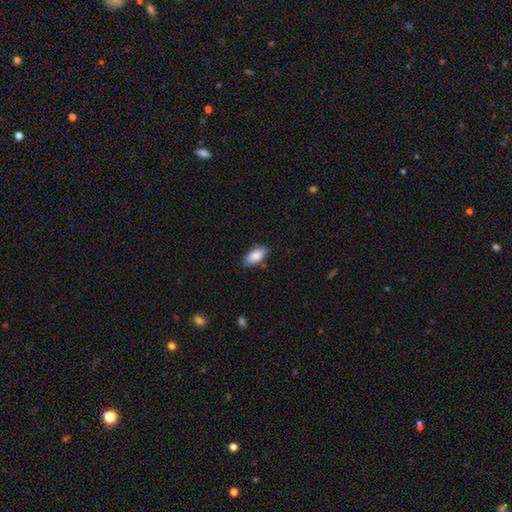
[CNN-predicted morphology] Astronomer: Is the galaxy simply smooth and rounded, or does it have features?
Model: smooth — 88%.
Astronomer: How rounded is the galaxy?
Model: in between — 90%.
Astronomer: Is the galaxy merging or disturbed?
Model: none — 85%.